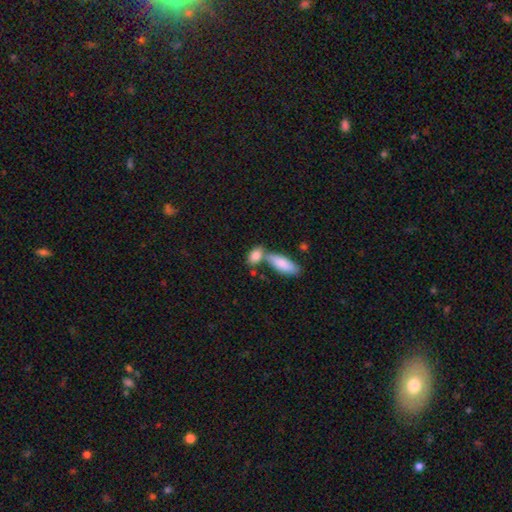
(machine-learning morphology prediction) This appears to be a smooth galaxy with no disk features (84%) that is in between round and cigar-shaped (82%). Merging: merger (43%).